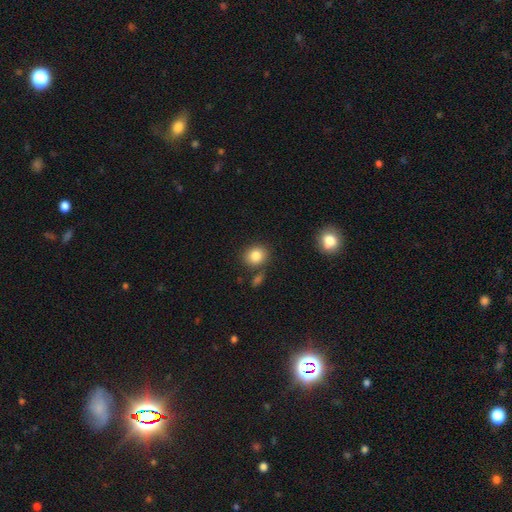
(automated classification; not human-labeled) Morphology: type=smooth (84%); roundness=round (74%); merging=none (79%).